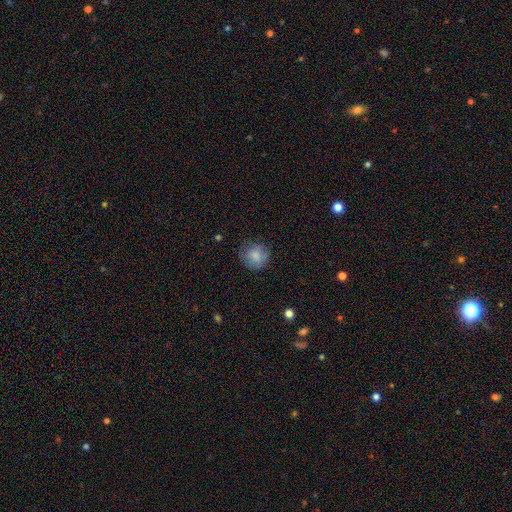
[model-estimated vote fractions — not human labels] The model was most divided on "merging": none: 72%, minor disturbance: 20%, major disturbance: 7%, merger: 1%. More confident: how rounded — round (89%); smooth or featured — smooth (79%).